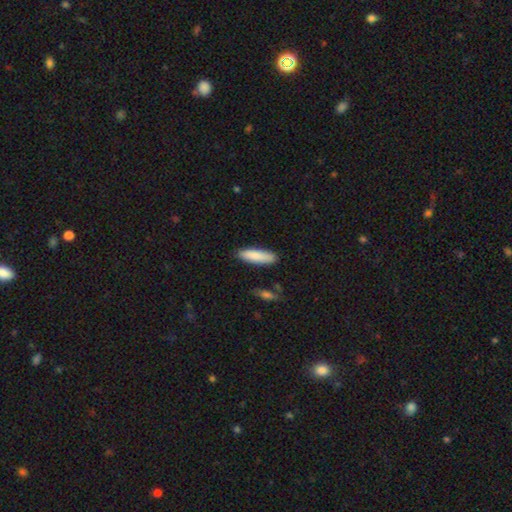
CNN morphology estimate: Q: Smooth or featured?
A: smooth (86%); runner-up: featured or disk (9%)
Q: How rounded?
A: cigar-shaped (60%); runner-up: in between (38%)
Q: Merging?
A: none (86%); runner-up: minor disturbance (10%)